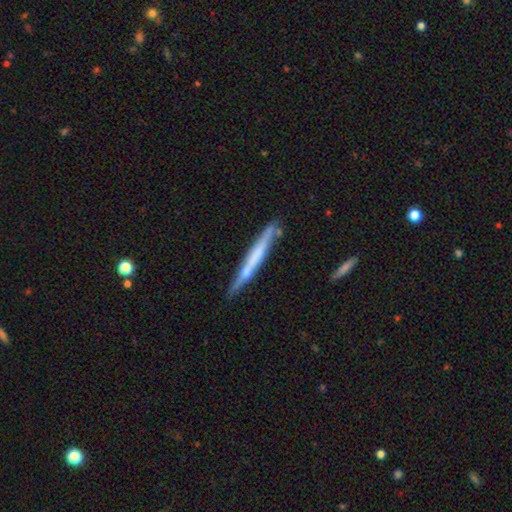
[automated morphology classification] A featured or disk galaxy (51%) viewed edge-on (96%). Merging: none (78%).